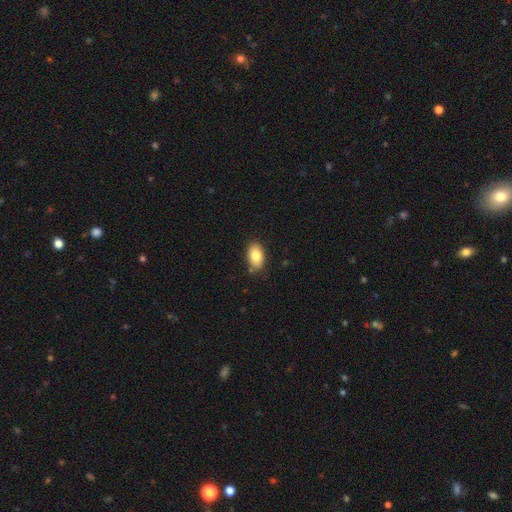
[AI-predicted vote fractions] A smooth galaxy with no disk features (83%) that is in between round and cigar-shaped (91%). Merging: none (81%).